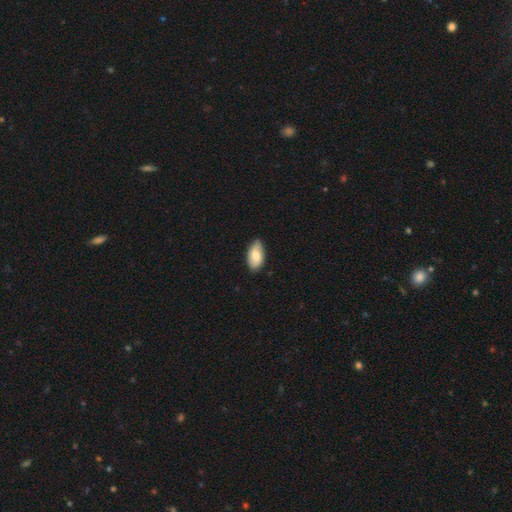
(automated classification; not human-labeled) Smooth or featured: smooth — 71% (featured or disk — 23%)
How rounded: in between — 94% (round — 3%)
Merging: none — 81% (minor disturbance — 16%)